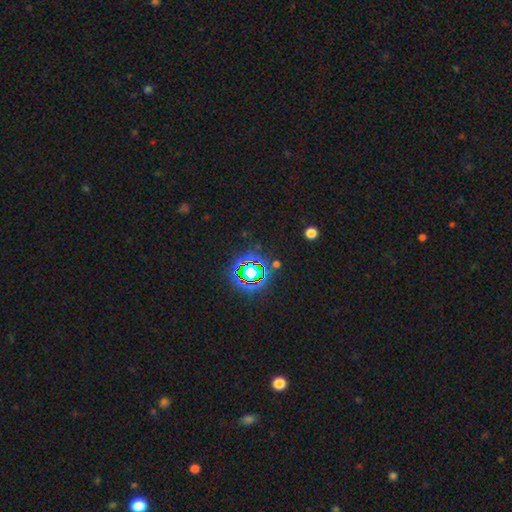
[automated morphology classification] A star or artifact, not a galaxy (77%).

Vote fractions:
- Smooth or featured? star or artifact: 77% / smooth: 14% / featured or disk: 9%